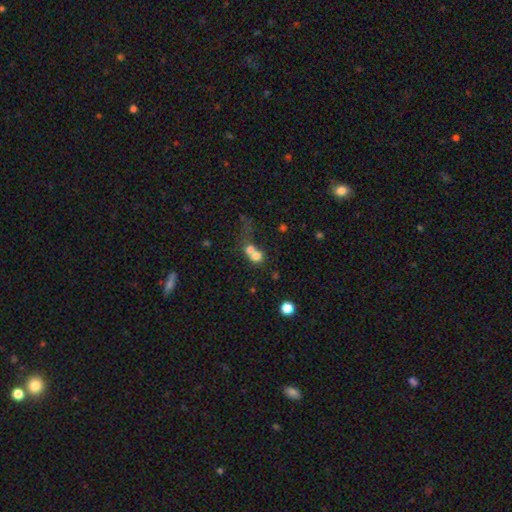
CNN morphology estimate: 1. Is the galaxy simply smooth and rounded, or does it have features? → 69% smooth, 18% featured or disk, 13% star or artifact.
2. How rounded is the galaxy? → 74% round, 24% in between, 1% cigar-shaped.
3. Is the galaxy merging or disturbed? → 66% merger, 22% none, 6% major disturbance, 6% minor disturbance.